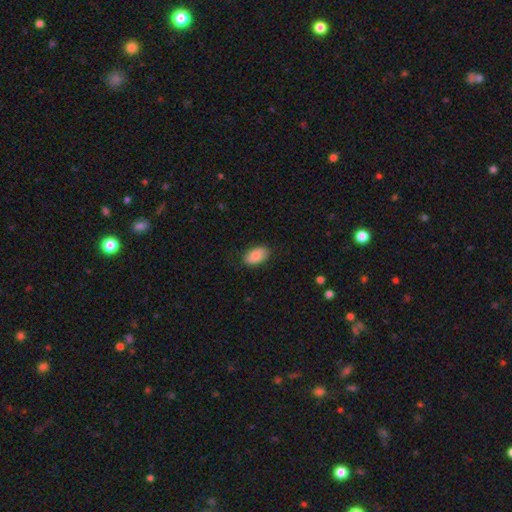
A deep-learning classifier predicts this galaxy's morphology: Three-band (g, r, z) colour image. It shows a smooth galaxy with no disk features (86%) that is in between round and cigar-shaped (94%). Merging: none (85%).